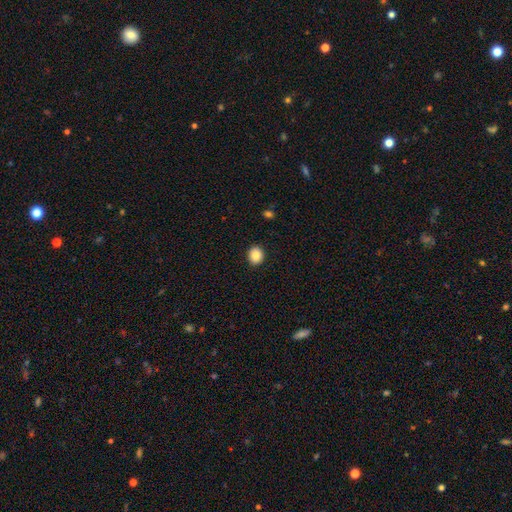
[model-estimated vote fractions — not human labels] This is clearly a smooth galaxy (86%). How rounded: likely round (69%). Merging: clearly none (91%).